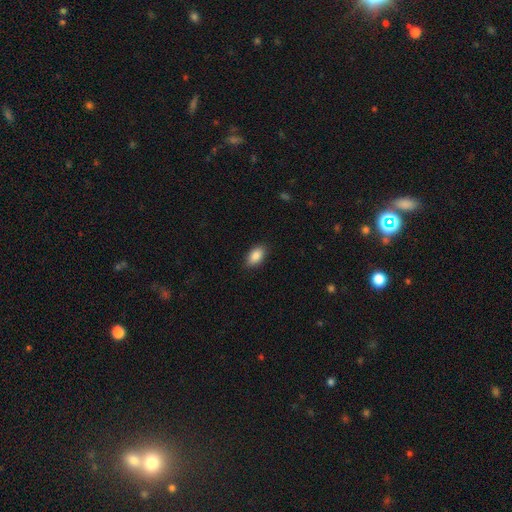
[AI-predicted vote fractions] This is clearly a smooth galaxy (88%). How rounded: clearly in between (92%). Merging: clearly none (87%).